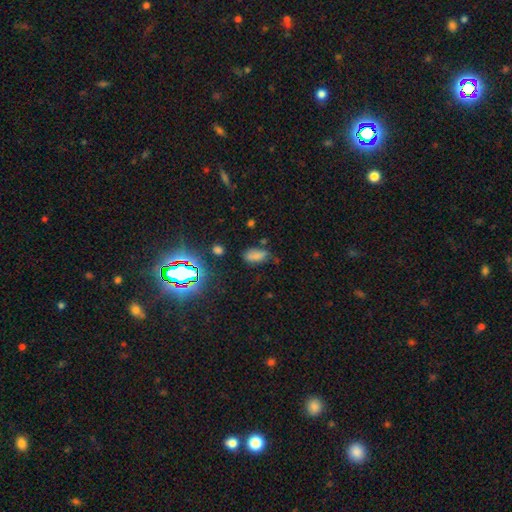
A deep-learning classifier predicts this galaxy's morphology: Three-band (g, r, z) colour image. It shows a smooth galaxy with no disk features (71%) that is in between round and cigar-shaped (87%). Merging: none (56%).